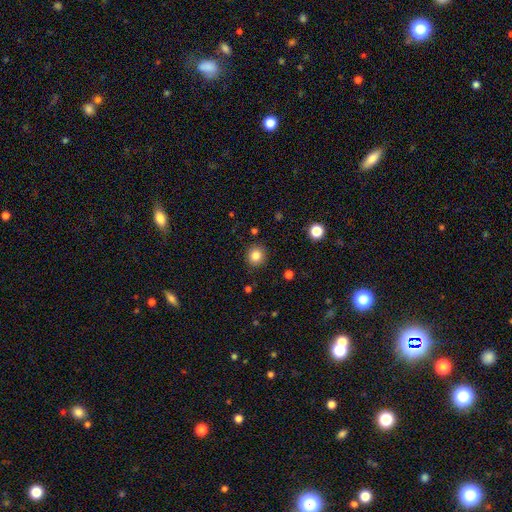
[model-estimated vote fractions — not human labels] Overall: smooth (84%). How rounded: round (89%). Merging: none (90%).